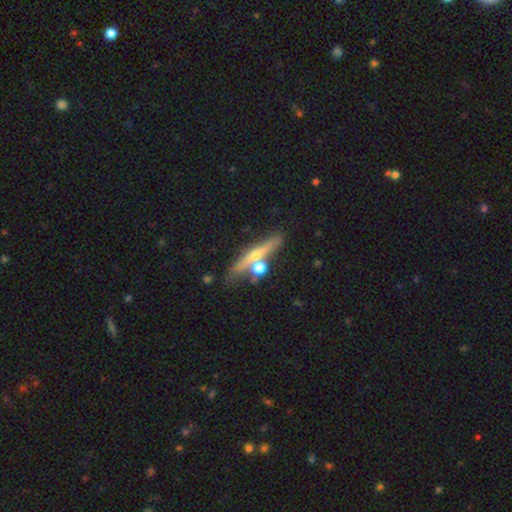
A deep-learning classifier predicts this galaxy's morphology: featured or disk 63%, smooth 29%, star or artifact 9%. Down the decision tree: edge-on disk — yes (91%); edge-on bulge — rounded (82%); merging — none (68%).